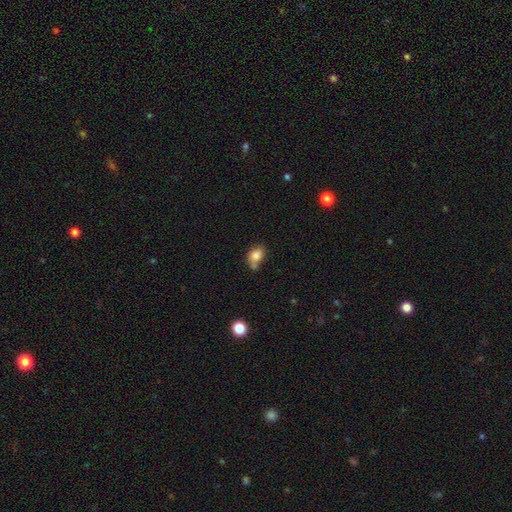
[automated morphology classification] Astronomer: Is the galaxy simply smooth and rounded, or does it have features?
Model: smooth — 81%.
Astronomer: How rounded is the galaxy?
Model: in between — 67%.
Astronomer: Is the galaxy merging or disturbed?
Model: none — 47% (runner-up: minor disturbance, 26%).